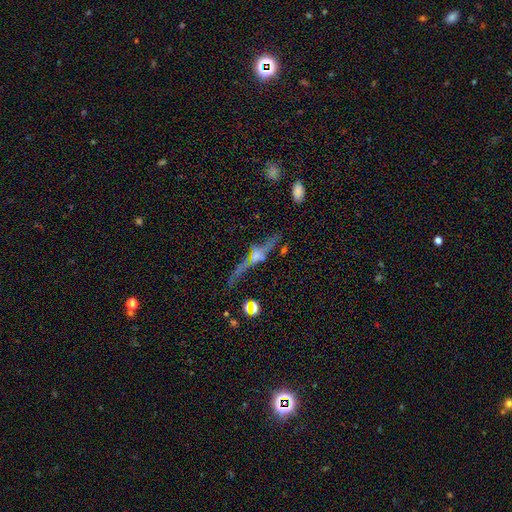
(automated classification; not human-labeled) This appears to be a featured or disk galaxy (69%) viewed edge-on (88%) with a rounded central bulge (73%). Merging: none (69%).